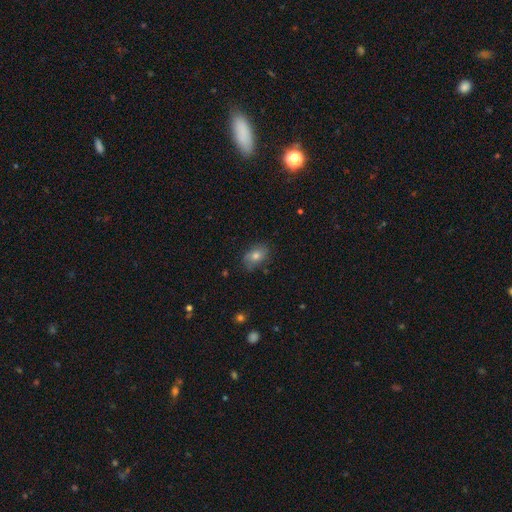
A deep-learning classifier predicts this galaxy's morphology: smooth 68%, featured or disk 18%, star or artifact 14%. Down the decision tree: how rounded — in between (80%); merging — none (79%).